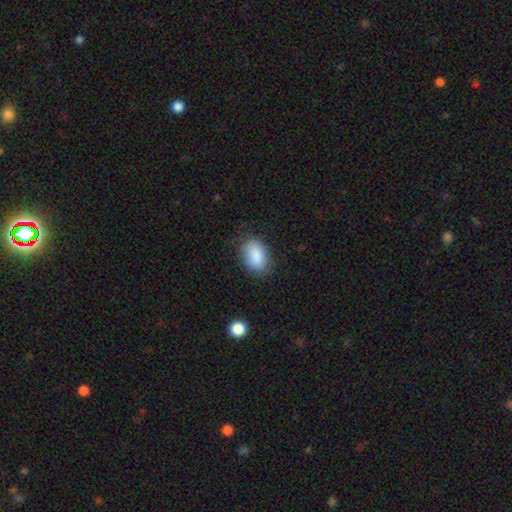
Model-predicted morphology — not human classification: type=smooth (89%); roundness=in between (87%); merging=none (81%).